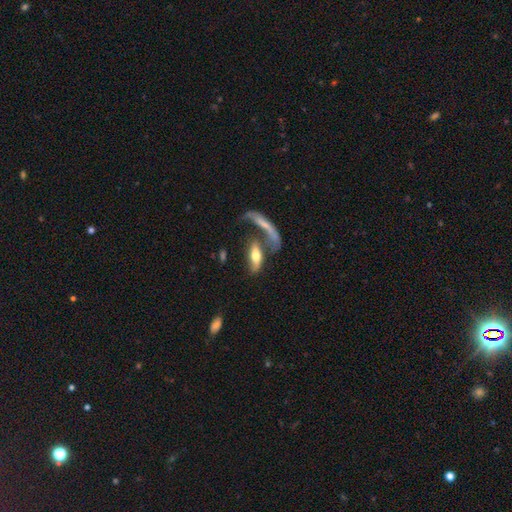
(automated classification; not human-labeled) A smooth galaxy with no disk features (55%) that is in between round and cigar-shaped (55%). Merging: merger (39%).